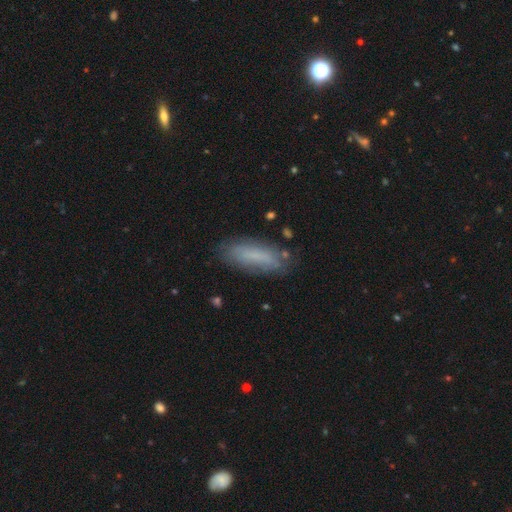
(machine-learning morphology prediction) Q: Smooth or featured?
A: smooth (70%); runner-up: featured or disk (22%)
Q: How rounded?
A: in between (54%); runner-up: cigar-shaped (45%)
Q: Merging?
A: none (74%); runner-up: minor disturbance (18%)